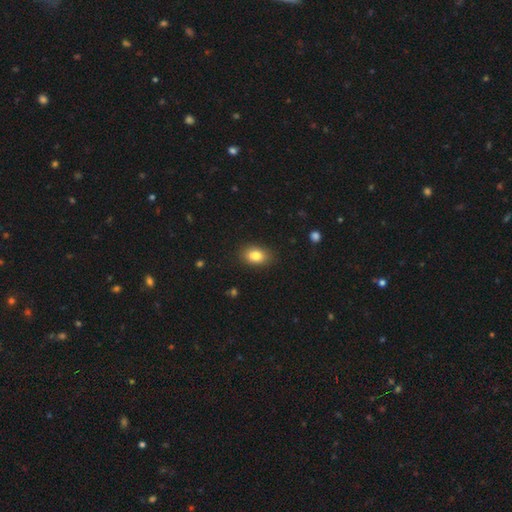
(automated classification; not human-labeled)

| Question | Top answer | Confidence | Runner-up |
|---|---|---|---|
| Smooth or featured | smooth | 82% | star or artifact (9%) |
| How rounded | in between | 81% | round (17%) |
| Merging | none | 86% | minor disturbance (10%) |